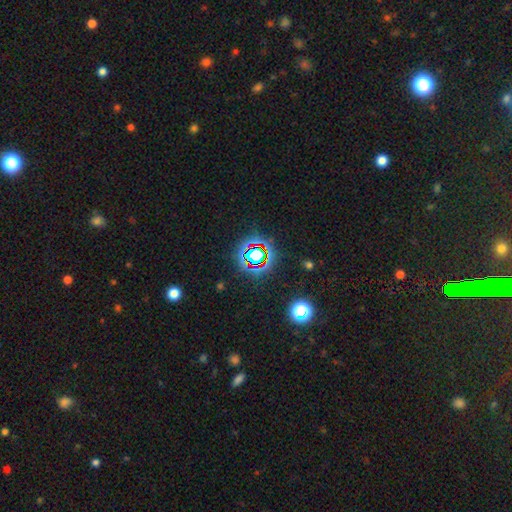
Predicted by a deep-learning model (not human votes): Morphology: type=star or artifact (72%).